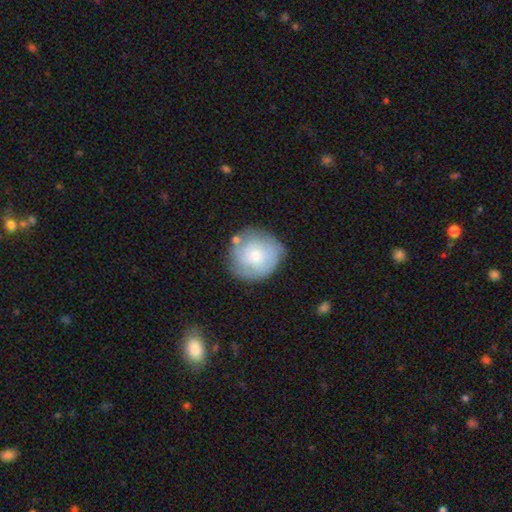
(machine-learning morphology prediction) type=smooth (48%); merging=none (72%).